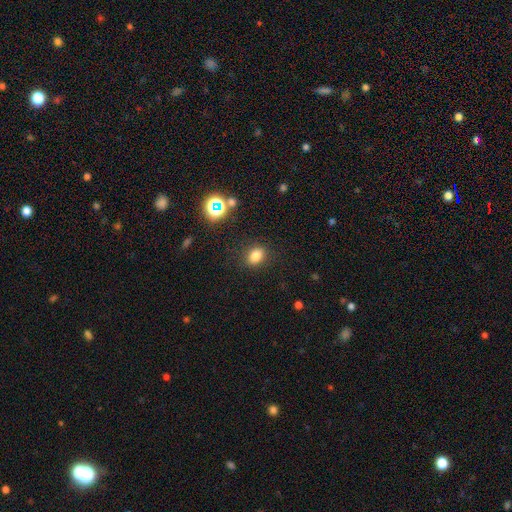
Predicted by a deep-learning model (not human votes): Smooth or featured: smooth — 79% (star or artifact — 14%)
How rounded: in between — 71% (round — 27%)
Merging: none — 86% (minor disturbance — 9%)